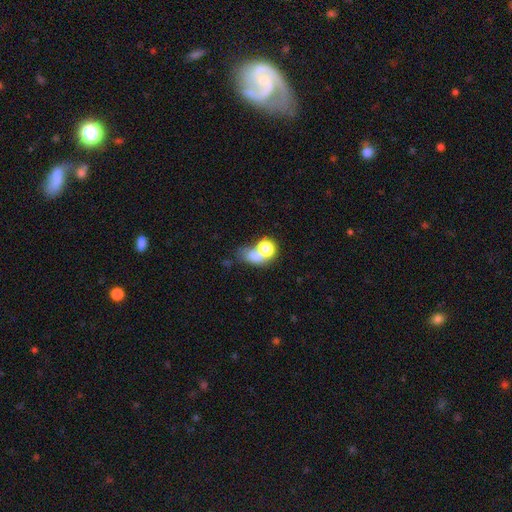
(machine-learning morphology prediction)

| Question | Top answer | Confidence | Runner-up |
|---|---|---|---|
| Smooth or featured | smooth | 66% | star or artifact (19%) |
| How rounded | in between | 52% | round (45%) |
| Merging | merger | 46% | none (31%) |